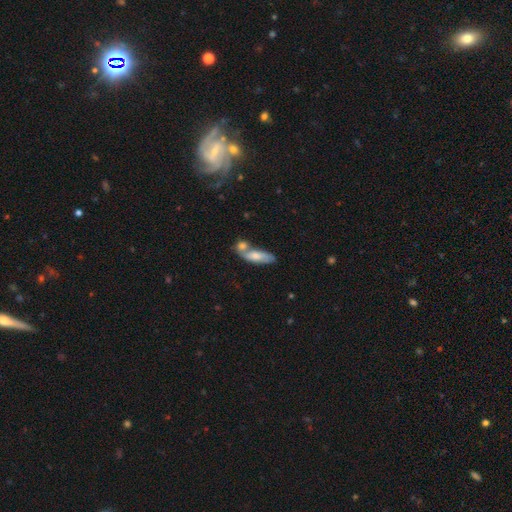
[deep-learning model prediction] A smooth galaxy with no disk features (63%) that is in between round and cigar-shaped (58%). Merging: merger (48%).